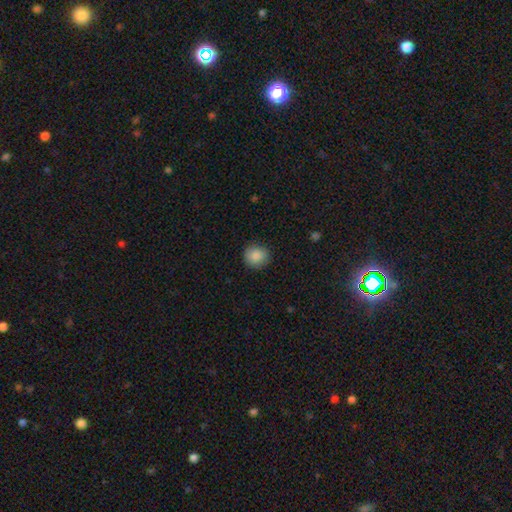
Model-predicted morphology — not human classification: The model was most divided on "how rounded": round: 86%, in between: 13%, cigar-shaped: 1%. More confident: smooth or featured — smooth (89%); merging — none (88%).